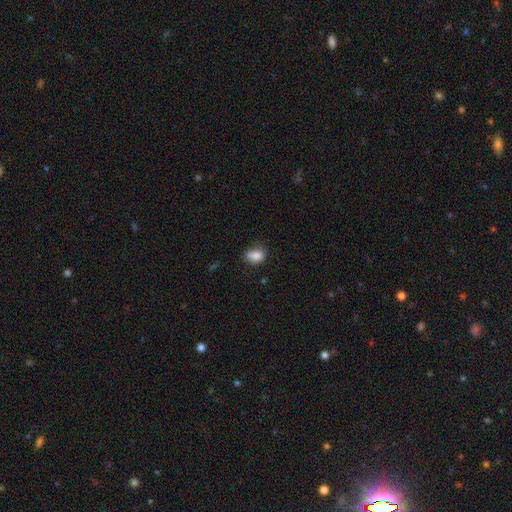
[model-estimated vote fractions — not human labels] Morphology: type=smooth (83%); roundness=in between (74%); merging=none (55%).